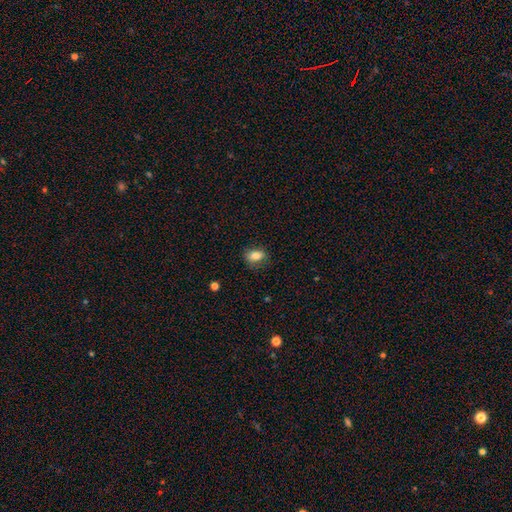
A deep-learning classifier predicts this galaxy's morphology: This appears to be a smooth galaxy with no disk features (80%) that is in between round and cigar-shaped (77%). Merging: none (76%).